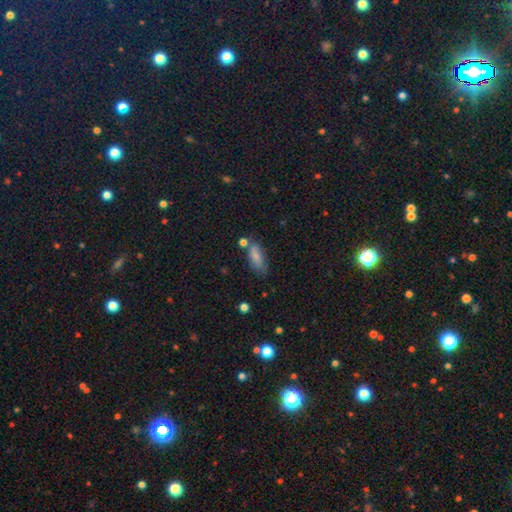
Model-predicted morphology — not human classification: Smooth or featured?
  - smooth: 79% *
  - featured or disk: 12%
  - star or artifact: 8%
How rounded?
  - in between: 73% *
  - cigar-shaped: 25%
  - round: 3%
Merging?
  - none: 56% *
  - minor disturbance: 25%
  - merger: 11%
  - major disturbance: 8%